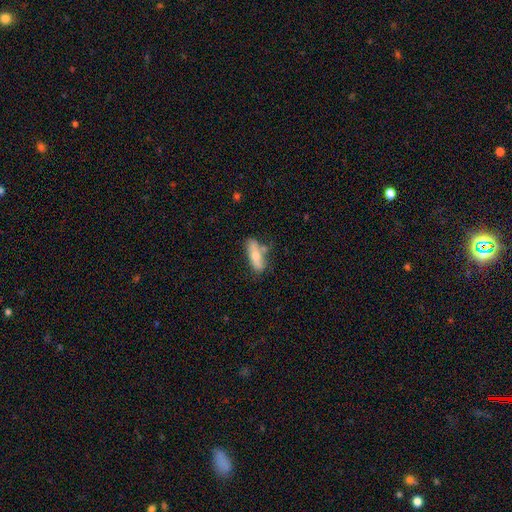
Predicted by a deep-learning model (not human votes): Smooth or featured?
  - smooth: 64% *
  - featured or disk: 30%
  - star or artifact: 6%
How rounded?
  - in between: 63% *
  - cigar-shaped: 34%
  - round: 3%
Merging?
  - none: 62% *
  - minor disturbance: 21%
  - merger: 11%
  - major disturbance: 6%